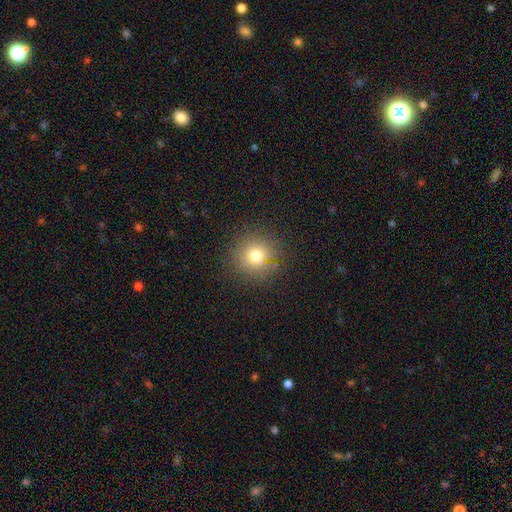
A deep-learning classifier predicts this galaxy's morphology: smooth_or_featured: smooth (p=0.74) [alt: star or artifact p=0.17]
how_rounded: round (p=0.93) [alt: in between p=0.06]
merging: none (p=0.87) [alt: minor disturbance p=0.08]